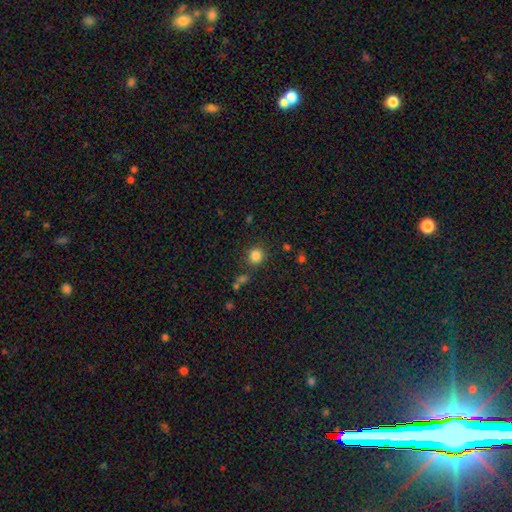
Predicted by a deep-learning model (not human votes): Morphology: type=smooth (84%); roundness=round (90%); merging=none (84%).